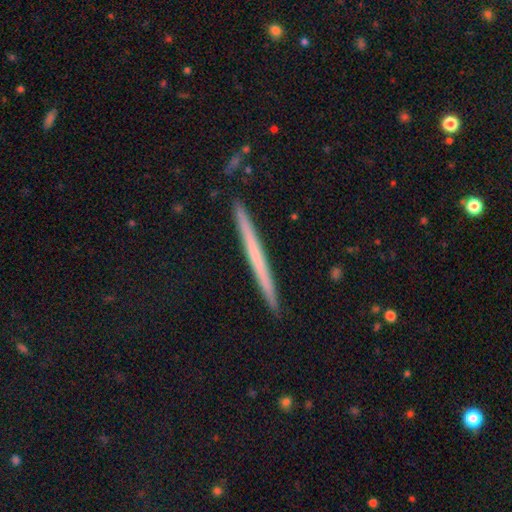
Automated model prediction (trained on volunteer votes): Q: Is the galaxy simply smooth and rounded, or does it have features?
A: smooth — 47%, tied with featured or disk.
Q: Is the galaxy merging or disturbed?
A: none — 92%.